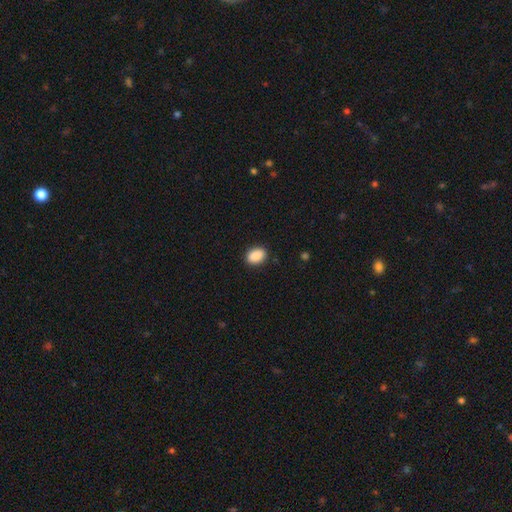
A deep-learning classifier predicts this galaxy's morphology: This appears to be a smooth galaxy with no disk features (90%) that is in between round and cigar-shaped (76%). Merging: none (89%).